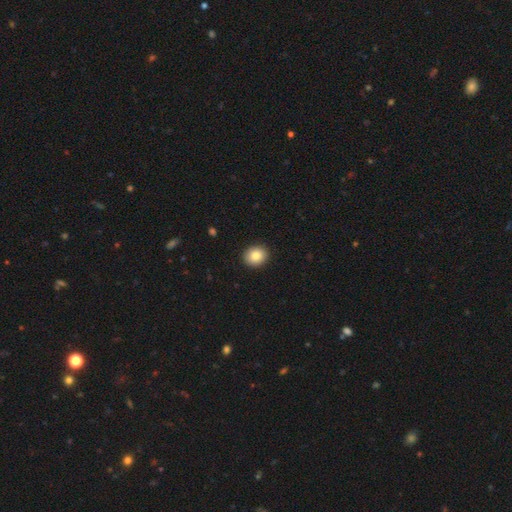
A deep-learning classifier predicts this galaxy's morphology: A smooth galaxy with no disk features (86%) that is round (68%). Merging: none (91%).